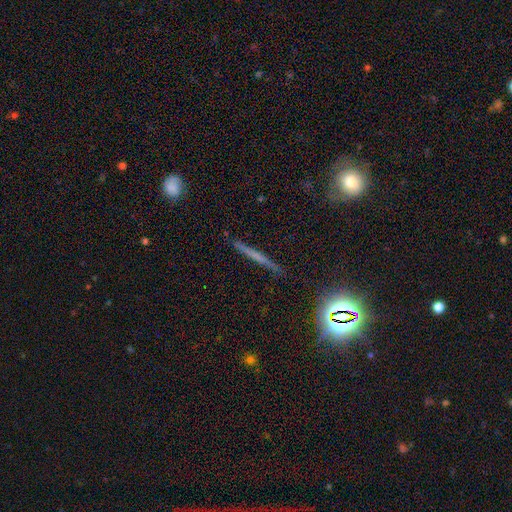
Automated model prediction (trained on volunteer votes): The model was most divided on "smooth or featured": featured or disk: 42%, smooth: 39%, star or artifact: 19%. More confident: merging — none (88%).